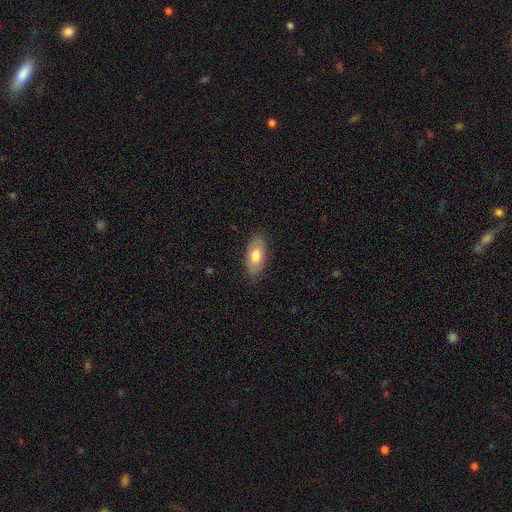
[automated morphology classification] Smooth or featured? smooth (71%)
How rounded? in between (90%)
Merging? none (83%)